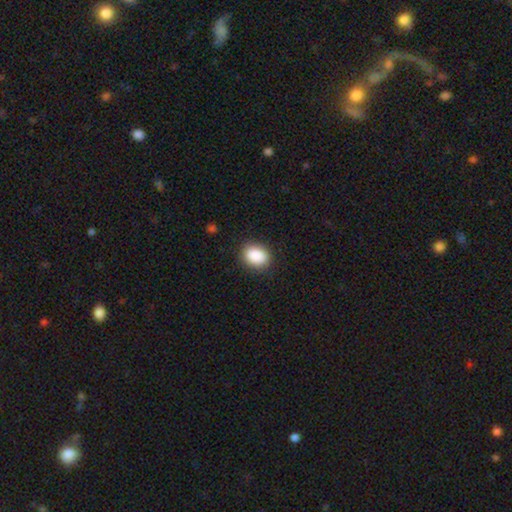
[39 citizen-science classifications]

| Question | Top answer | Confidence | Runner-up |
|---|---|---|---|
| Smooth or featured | smooth | 90% | star or artifact (8%) |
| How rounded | in between | 51% | round (49%) |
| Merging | none | 89% | minor disturbance (8%) |